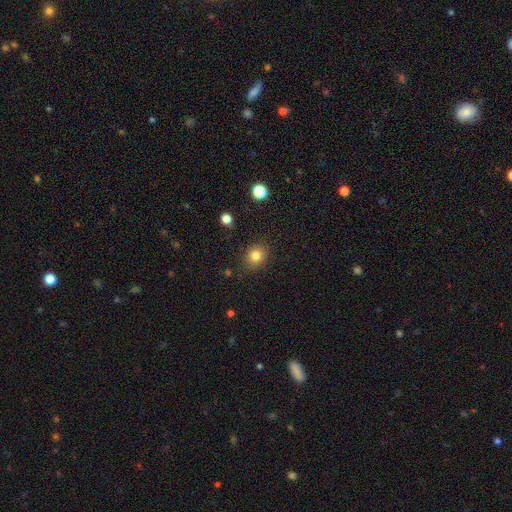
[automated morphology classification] Q: Smooth or featured?
A: smooth (82%); runner-up: star or artifact (12%)
Q: How rounded?
A: round (75%); runner-up: in between (24%)
Q: Merging?
A: none (87%); runner-up: minor disturbance (9%)